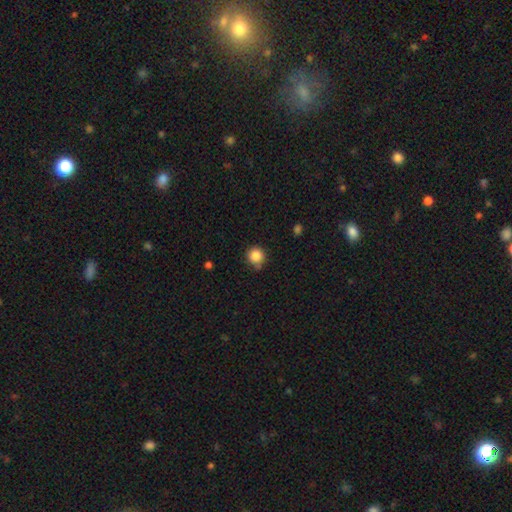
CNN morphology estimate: This is clearly a smooth galaxy (85%). How rounded: clearly round (93%). Merging: likely none (75%).